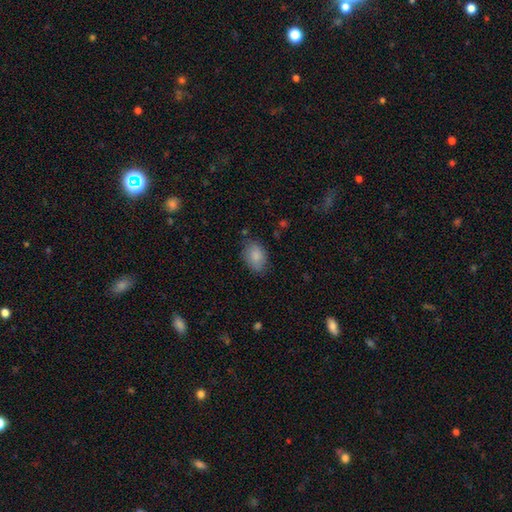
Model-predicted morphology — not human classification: Q: Smooth or featured?
A: smooth (85%); runner-up: featured or disk (8%)
Q: How rounded?
A: in between (85%); runner-up: round (14%)
Q: Merging?
A: none (77%); runner-up: minor disturbance (17%)